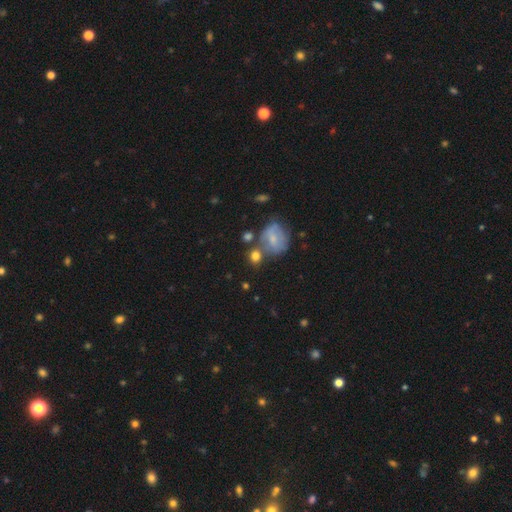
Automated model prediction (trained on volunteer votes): Smooth or featured: smooth — 73% (featured or disk — 16%)
How rounded: round — 80% (in between — 18%)
Merging: none — 56% (merger — 23%)